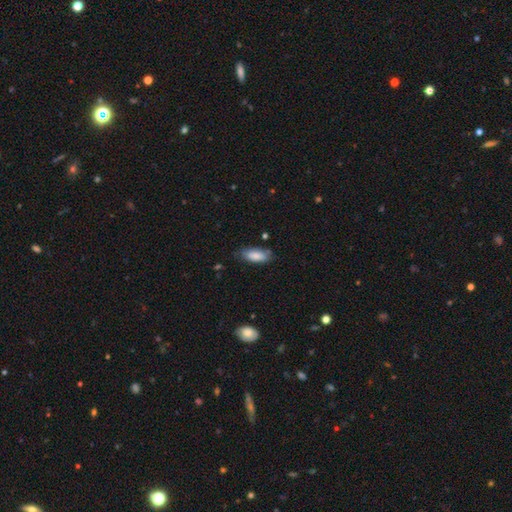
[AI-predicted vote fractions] Smooth or featured?
  - smooth: 84% *
  - featured or disk: 10%
  - star or artifact: 6%
How rounded?
  - in between: 83% *
  - cigar-shaped: 16%
  - round: 2%
Merging?
  - none: 71% *
  - minor disturbance: 22%
  - major disturbance: 4%
  - merger: 3%